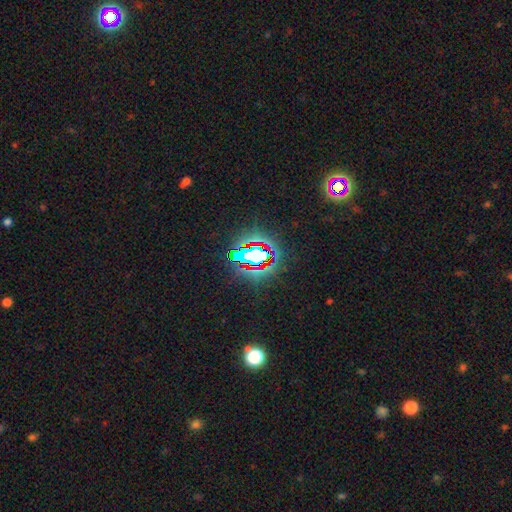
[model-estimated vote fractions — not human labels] This is likely a star or artifact rather than a galaxy (69%).